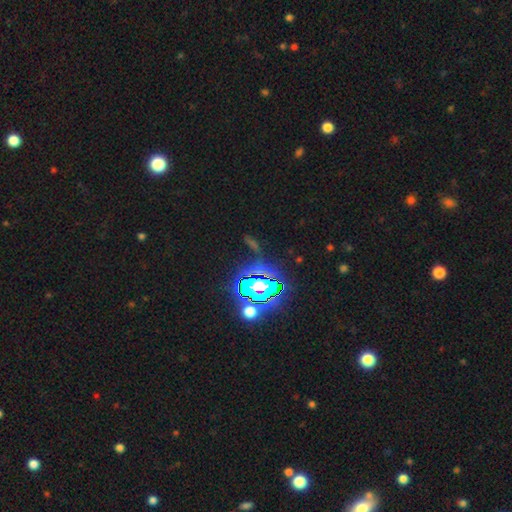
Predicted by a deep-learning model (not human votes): This appears to be a star or artifact, not a galaxy (82%).